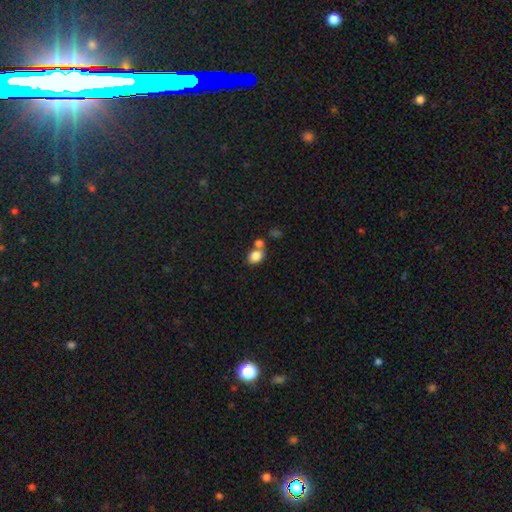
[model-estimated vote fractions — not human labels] Smooth or featured: smooth — 84% (star or artifact — 9%)
How rounded: in between — 56% (round — 43%)
Merging: none — 49% (merger — 36%)